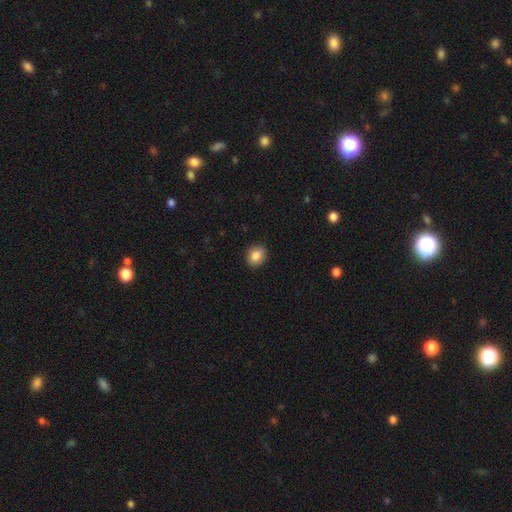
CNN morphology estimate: This is clearly a smooth galaxy (86%). How rounded: likely round (65%). Merging: clearly none (90%).